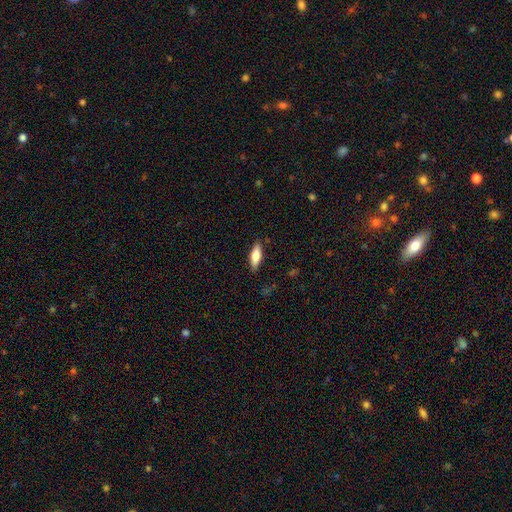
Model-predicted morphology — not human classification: A smooth galaxy with no disk features (75%) that is in between round and cigar-shaped (62%). Merging: none (86%).